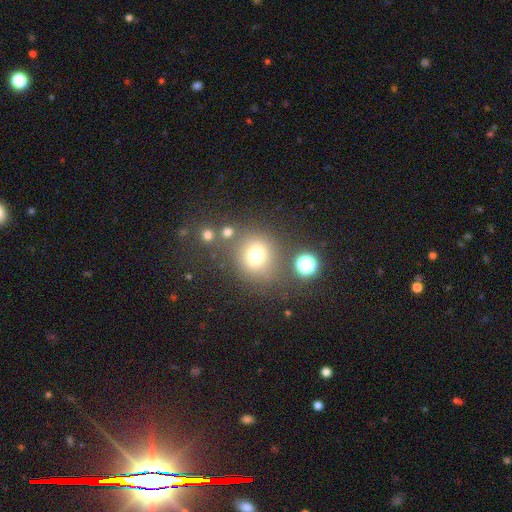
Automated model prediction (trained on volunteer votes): smooth 72%, star or artifact 18%, featured or disk 10%. Down the decision tree: how rounded — round (86%); merging — none (74%).